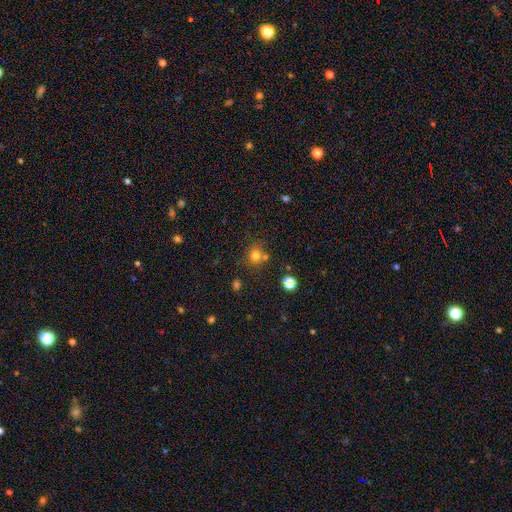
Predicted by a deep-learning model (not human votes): This is likely a smooth galaxy (76%). How rounded: clearly round (81%). Merging: likely none (66%).